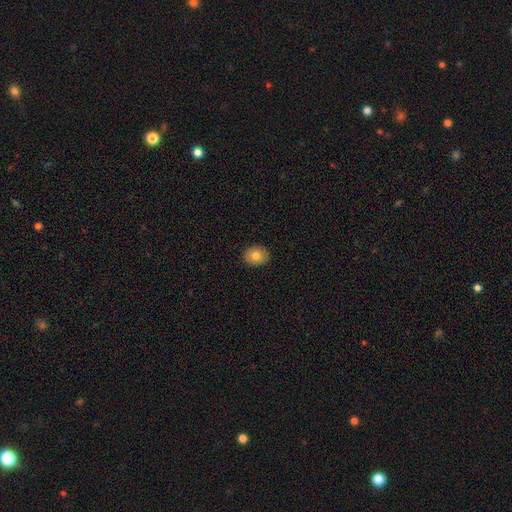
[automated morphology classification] Smooth or featured? Predicted: smooth (p=0.78). How rounded? Predicted: round (p=0.50). Merging? Predicted: none (p=0.90).